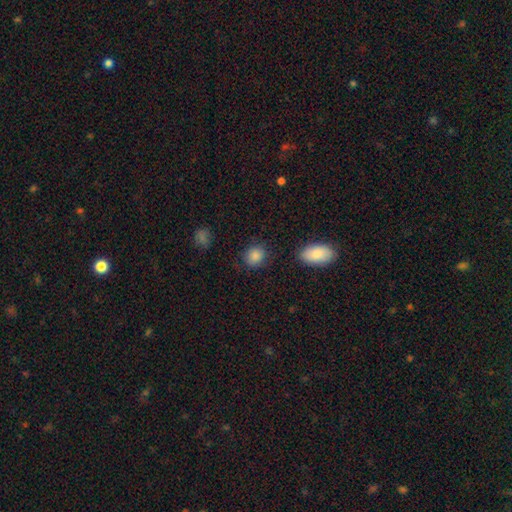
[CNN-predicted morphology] This is clearly a smooth galaxy (87%). How rounded: likely round (69%). Merging: clearly none (82%).